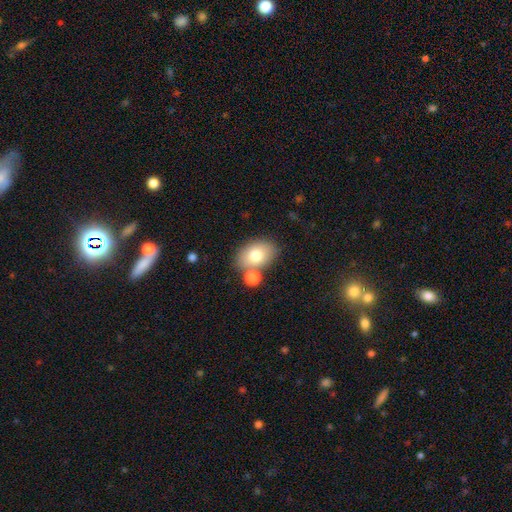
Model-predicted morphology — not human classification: A smooth galaxy with no disk features (76%) that is in between round and cigar-shaped (80%).

Vote fractions:
- Smooth or featured? smooth: 76% / featured or disk: 15% / star or artifact: 9%
- How rounded? in between: 80% / round: 19% / cigar-shaped: 1%
- Merging? none: 68% / merger: 16% / minor disturbance: 12% / major disturbance: 3%